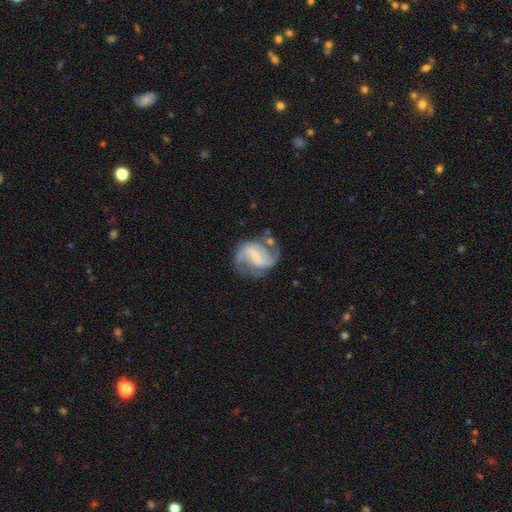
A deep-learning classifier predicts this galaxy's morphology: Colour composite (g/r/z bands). It shows a featured or disk galaxy (85%) with a weak bar (46%), 2 (78%) medium (48%) spiral arms (95%) and a small central bulge (63%). Merging: none (63%).